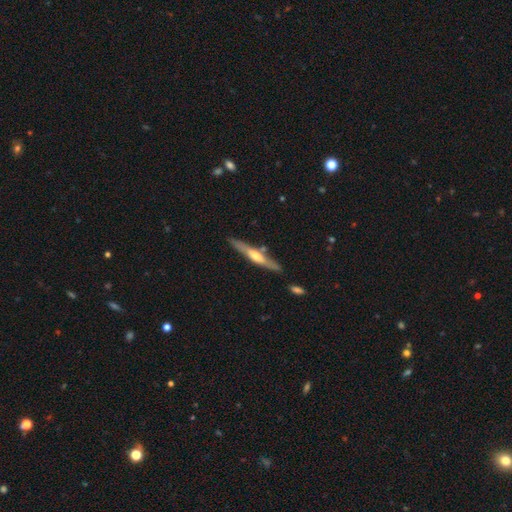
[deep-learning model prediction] Smooth or featured?
  - featured or disk: 62% *
  - smooth: 33%
  - star or artifact: 5%
Edge-on disk?
  - yes: 93% *
  - no: 7%
Edge-on bulge?
  - rounded: 80% *
  - none: 13%
  - boxy: 7%
Merging?
  - none: 82% *
  - minor disturbance: 11%
  - merger: 5%
  - major disturbance: 2%